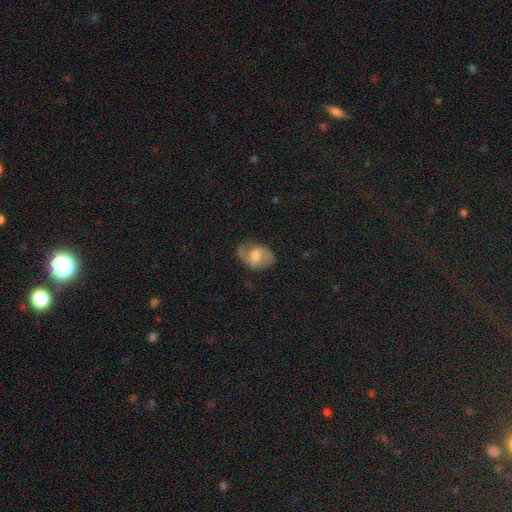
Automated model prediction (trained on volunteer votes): A featured or disk galaxy (63%) with a weak bar (48%), 2 (82%) medium (47%) spiral arms (85%) and a moderate central bulge (49%). Merging: none (66%).